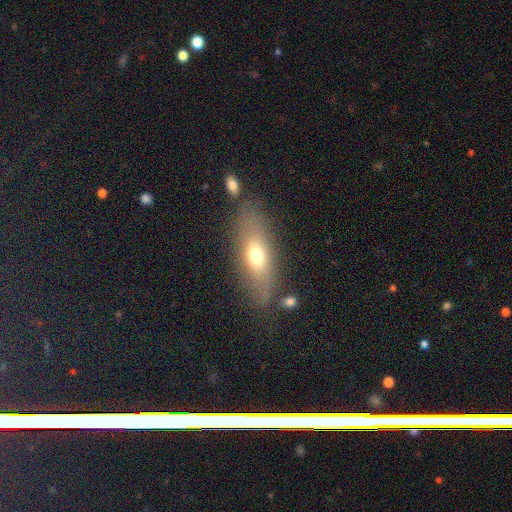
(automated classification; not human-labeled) Smooth or featured? smooth (57%)
How rounded? in between (62%)
Merging? none (73%)